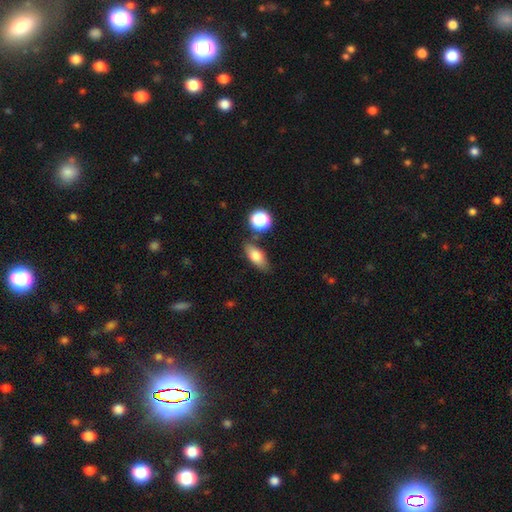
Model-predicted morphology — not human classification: Smooth or featured? Predicted: smooth (p=0.76). How rounded? Predicted: in between (p=0.77). Merging? Predicted: none (p=0.75).